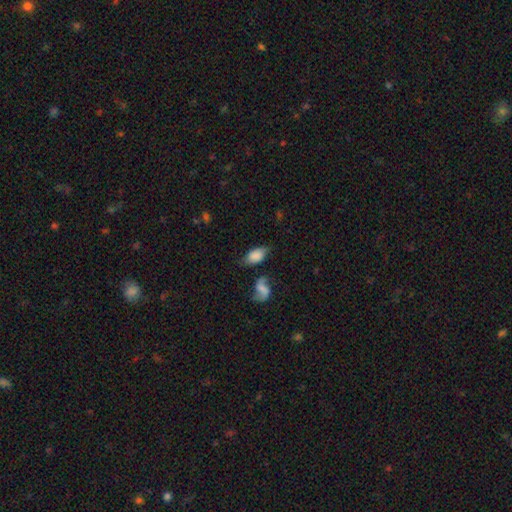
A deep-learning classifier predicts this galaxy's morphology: Smooth or featured?
  - smooth: 71% *
  - featured or disk: 20%
  - star or artifact: 9%
How rounded?
  - in between: 90% *
  - round: 7%
  - cigar-shaped: 3%
Merging?
  - none: 50% *
  - minor disturbance: 28%
  - major disturbance: 11%
  - merger: 10%